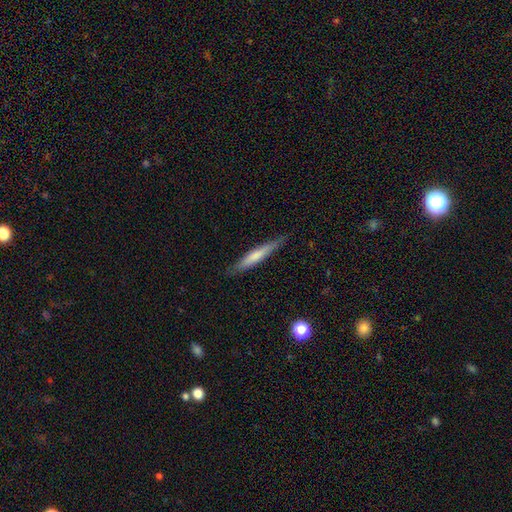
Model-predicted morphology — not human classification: The model was most divided on "smooth or featured": smooth: 61%, featured or disk: 34%, star or artifact: 6%. More confident: how rounded — cigar-shaped (93%); merging — none (82%).